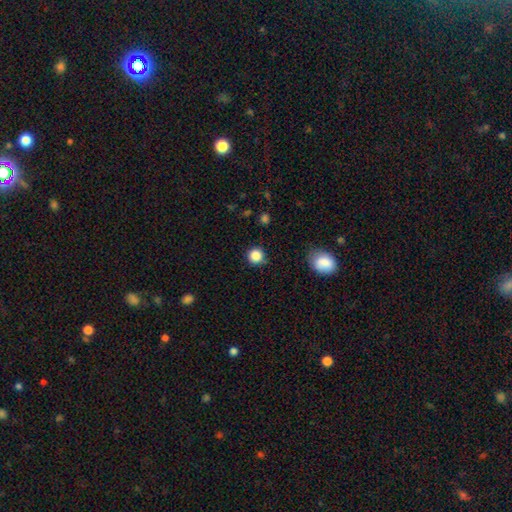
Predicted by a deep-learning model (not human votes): Smooth or featured?
  - smooth: 85% *
  - star or artifact: 11%
  - featured or disk: 4%
How rounded?
  - round: 93% *
  - in between: 6%
  - cigar-shaped: 1%
Merging?
  - none: 86% *
  - minor disturbance: 10%
  - major disturbance: 3%
  - merger: 2%